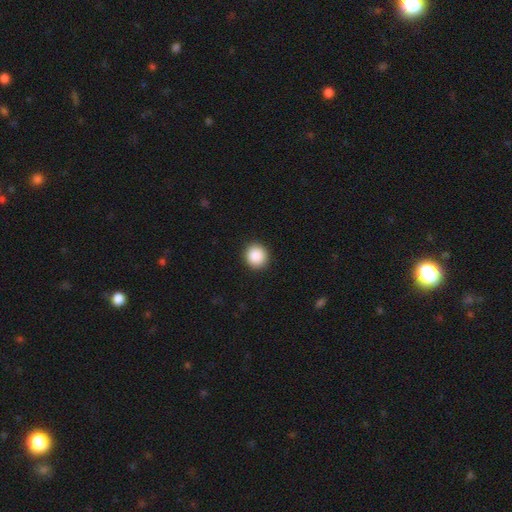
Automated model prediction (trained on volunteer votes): Smooth or featured? smooth (89%)
How rounded? round (88%)
Merging? none (92%)